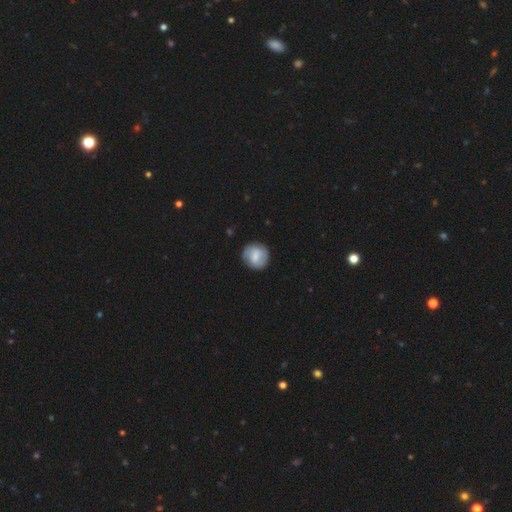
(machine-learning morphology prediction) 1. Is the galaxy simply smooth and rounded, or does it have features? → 66% smooth, 27% featured or disk, 7% star or artifact.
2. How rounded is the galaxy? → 87% round, 12% in between, 1% cigar-shaped.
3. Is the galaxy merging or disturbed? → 80% none, 15% minor disturbance, 4% major disturbance, 1% merger.